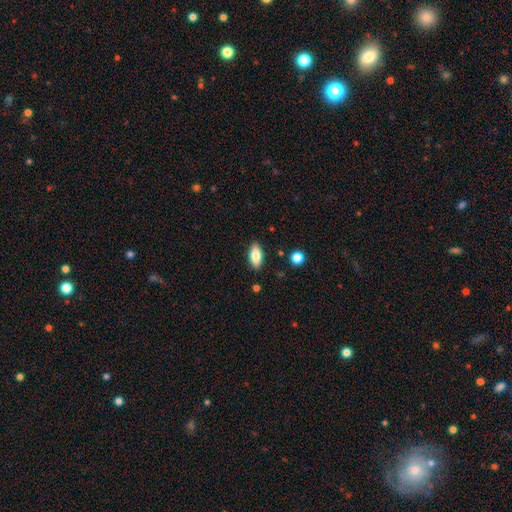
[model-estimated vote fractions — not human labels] The model was most divided on "smooth or featured": smooth: 78%, featured or disk: 15%, star or artifact: 7%. More confident: merging — none (87%); how rounded — in between (83%).